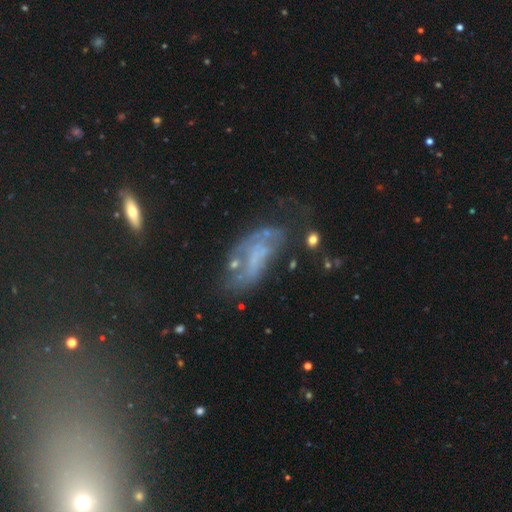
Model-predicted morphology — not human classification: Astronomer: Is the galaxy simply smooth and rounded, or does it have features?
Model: featured or disk — 62%.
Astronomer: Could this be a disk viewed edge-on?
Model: no — 90%.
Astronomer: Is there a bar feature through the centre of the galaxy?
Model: no — 62%.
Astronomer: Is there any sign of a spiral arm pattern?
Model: yes — 57% (runner-up: no, 43%).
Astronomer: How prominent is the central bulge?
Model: none — 64%.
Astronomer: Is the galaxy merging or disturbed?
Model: none — 38% (runner-up: major disturbance, 29%).